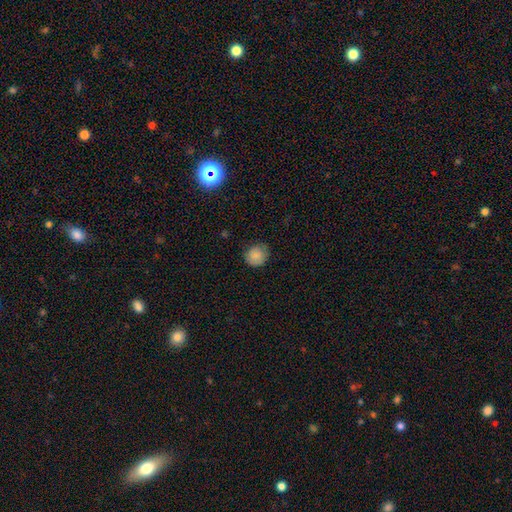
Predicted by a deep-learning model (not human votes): A smooth galaxy with no disk features (84%) that is round (86%). Merging: none (77%).